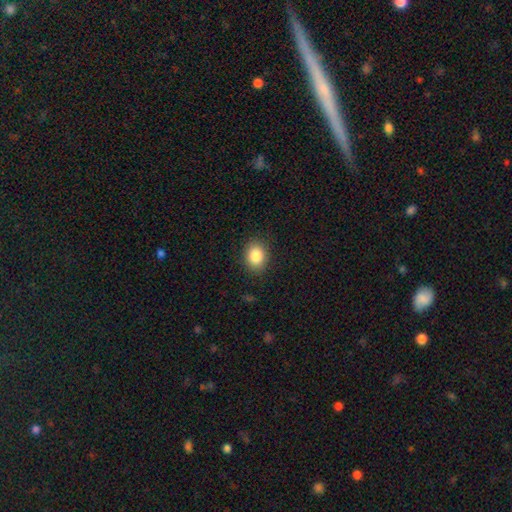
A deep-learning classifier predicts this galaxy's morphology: smooth-or-featured: smooth: 85% | star or artifact: 9% | featured or disk: 6%
  how-rounded: in between: 56% | round: 43% | cigar-shaped: 1%
  merging: none: 87% | minor disturbance: 9% | major disturbance: 3% | merger: 1%